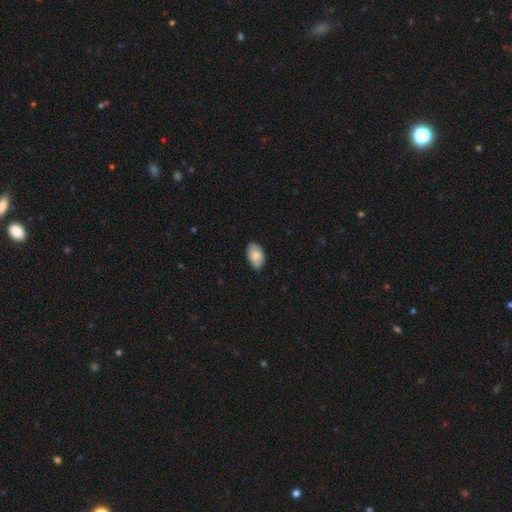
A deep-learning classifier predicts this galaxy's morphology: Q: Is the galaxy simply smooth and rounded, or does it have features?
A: smooth — 80%.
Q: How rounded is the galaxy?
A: in between — 93%.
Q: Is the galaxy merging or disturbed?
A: none — 80%.